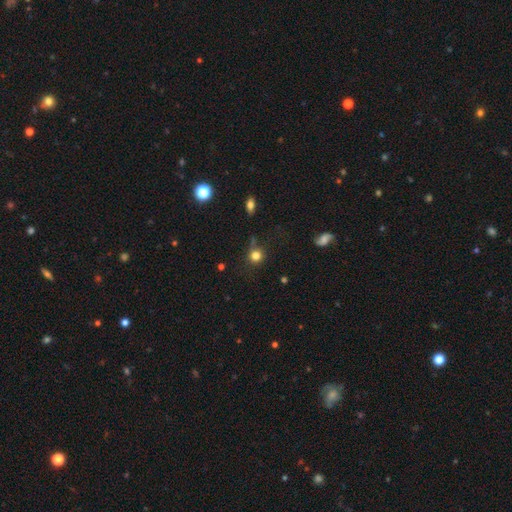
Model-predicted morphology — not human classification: The model was most divided on "merging": none: 70%, minor disturbance: 17%, major disturbance: 6%, merger: 6%. More confident: how rounded — round (89%); smooth or featured — smooth (79%).